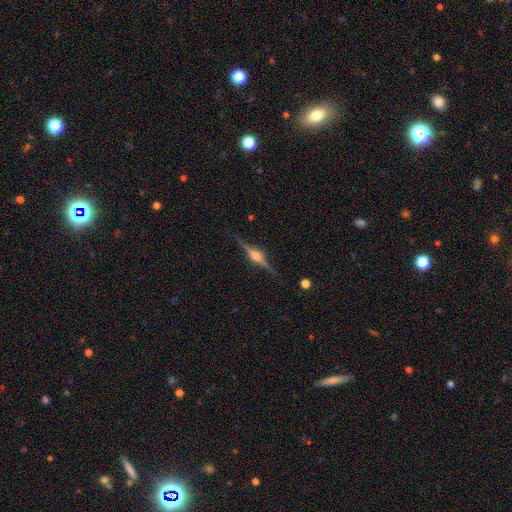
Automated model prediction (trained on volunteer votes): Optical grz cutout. It shows a featured or disk galaxy (86%) viewed edge-on (98%) with a rounded central bulge (90%). Merging: none (88%).